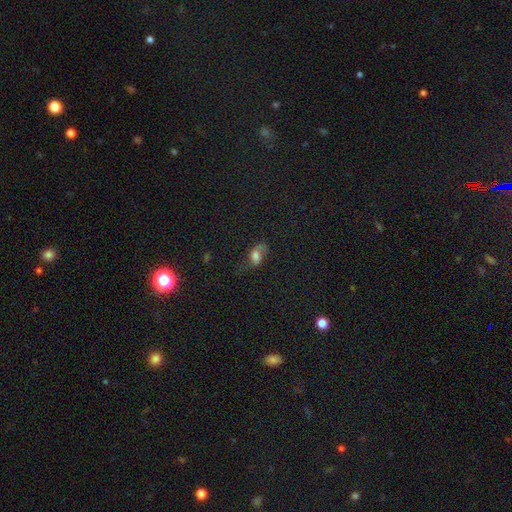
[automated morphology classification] Smooth or featured? smooth (55%)
How rounded? in between (82%)
Merging? none (47%)